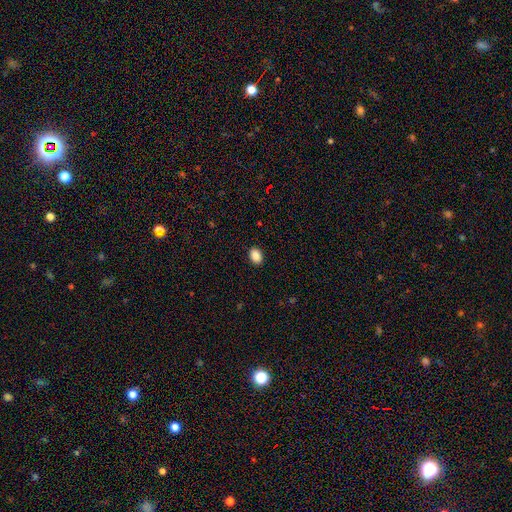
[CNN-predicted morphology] Smooth or featured? smooth (89%)
How rounded? in between (80%)
Merging? none (90%)